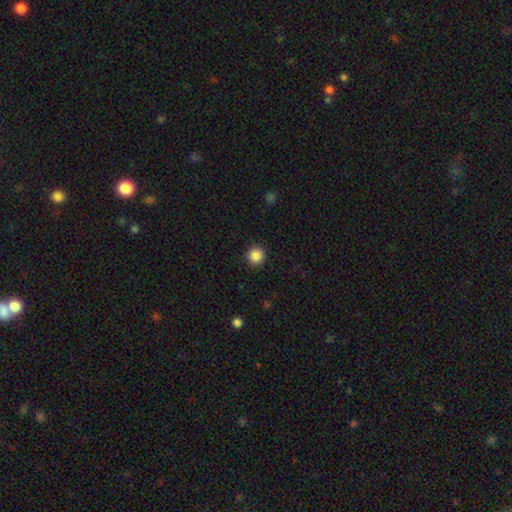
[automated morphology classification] A smooth galaxy with no disk features (88%) that is round (95%).

Vote fractions:
- Smooth or featured? smooth: 88% / star or artifact: 9% / featured or disk: 3%
- How rounded? round: 95% / in between: 4% / cigar-shaped: 1%
- Merging? none: 93% / minor disturbance: 5% / major disturbance: 2% / merger: 1%